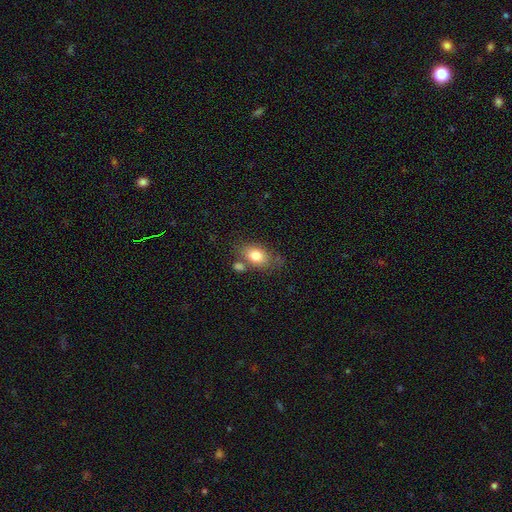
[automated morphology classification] Smooth or featured: smooth — 79% (featured or disk — 13%)
How rounded: in between — 81% (round — 17%)
Merging: none — 61% (minor disturbance — 17%)